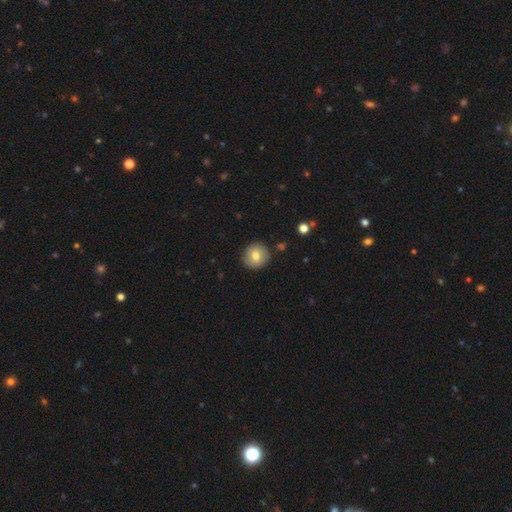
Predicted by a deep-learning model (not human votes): Overall: smooth (75%). How rounded: round (93%). Merging: none (88%).